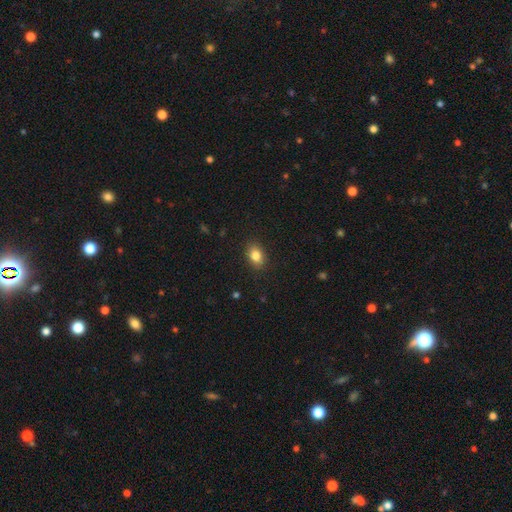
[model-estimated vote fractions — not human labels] Overall: smooth (84%). How rounded: in between (75%). Merging: none (88%).